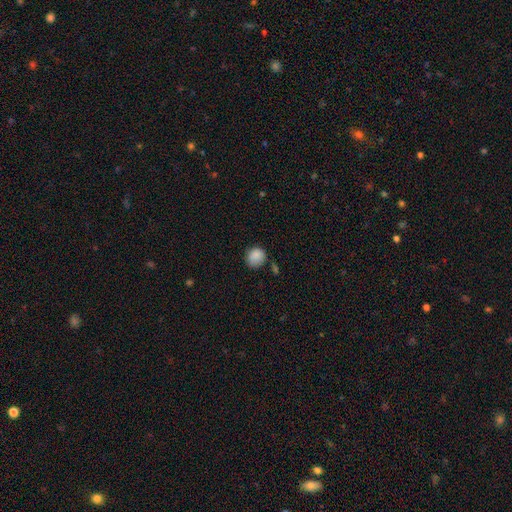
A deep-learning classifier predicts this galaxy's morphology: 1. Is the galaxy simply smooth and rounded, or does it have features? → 87% smooth, 9% star or artifact, 5% featured or disk.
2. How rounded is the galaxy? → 75% round, 24% in between, 1% cigar-shaped.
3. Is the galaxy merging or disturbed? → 65% none, 24% minor disturbance, 6% major disturbance, 5% merger.